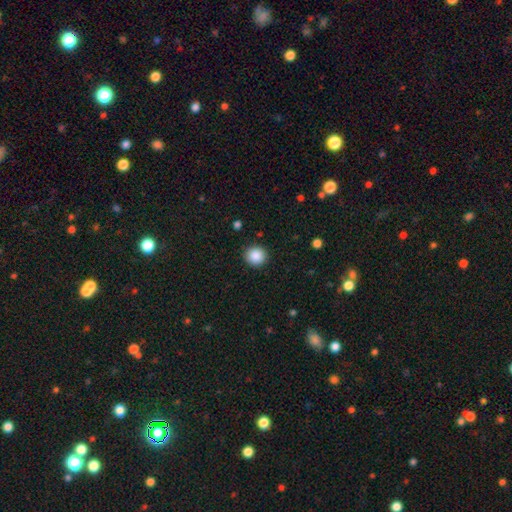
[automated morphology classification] Smooth or featured? Predicted: smooth (p=0.88). How rounded? Predicted: round (p=0.91). Merging? Predicted: none (p=0.91).